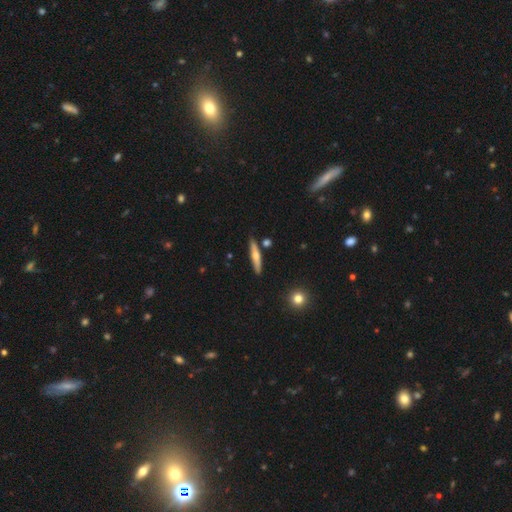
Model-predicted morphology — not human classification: A smooth galaxy with no disk features (49%).

Vote fractions:
- Smooth or featured? smooth: 49% / featured or disk: 45% / star or artifact: 6%
- Merging? none: 85% / minor disturbance: 9% / merger: 4% / major disturbance: 2%